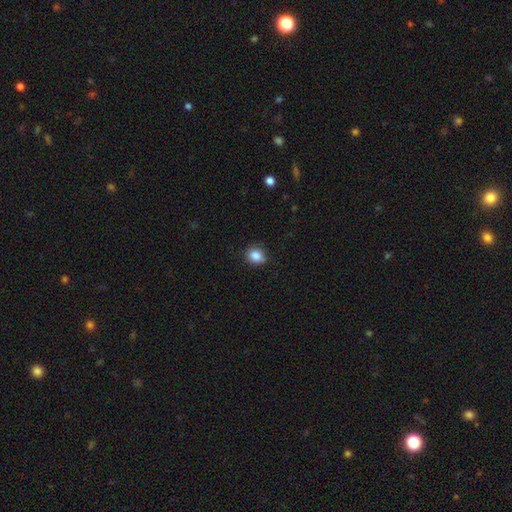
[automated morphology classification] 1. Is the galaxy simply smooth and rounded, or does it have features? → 86% smooth, 10% star or artifact, 4% featured or disk.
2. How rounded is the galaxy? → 70% round, 29% in between, 1% cigar-shaped.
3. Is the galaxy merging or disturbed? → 79% none, 17% minor disturbance, 3% major disturbance, 1% merger.